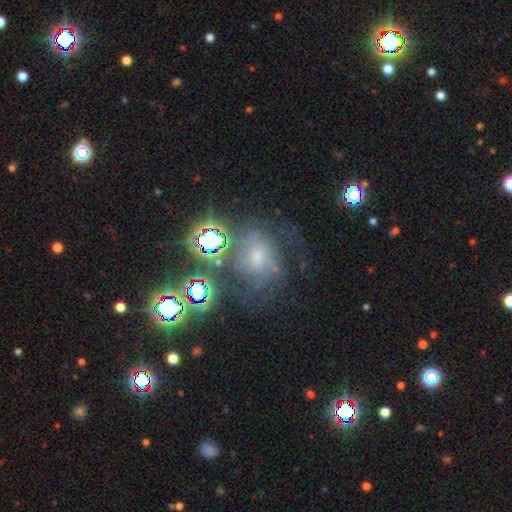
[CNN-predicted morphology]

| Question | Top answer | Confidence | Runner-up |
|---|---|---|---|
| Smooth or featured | featured or disk | 44% | smooth (29%) |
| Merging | none | 47% | major disturbance (24%) |